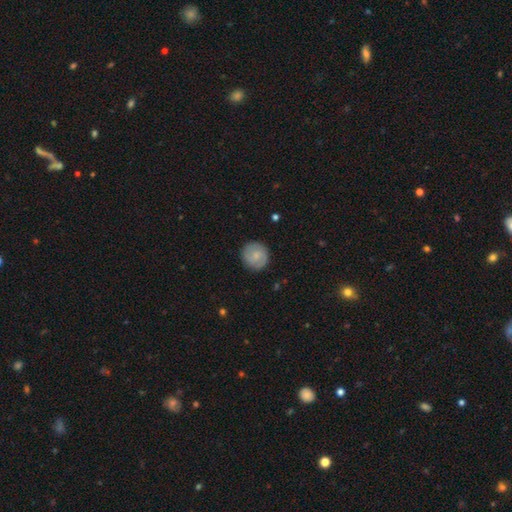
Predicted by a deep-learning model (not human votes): The model was most divided on "smooth or featured": smooth: 54%, featured or disk: 39%, star or artifact: 7%. More confident: how rounded — round (91%); merging — none (86%).